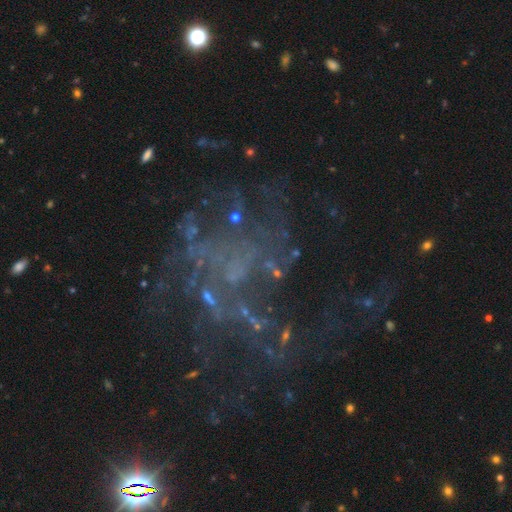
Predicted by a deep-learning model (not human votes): Smooth or featured: featured or disk — 62% (star or artifact — 27%)
Edge-on disk: no — 98% (yes — 2%)
Bar: no — 86% (weak — 11%)
Spiral arms: no — 66% (yes — 34%)
Bulge size: none — 69% (small — 21%)
Merging: none — 44% (major disturbance — 37%)